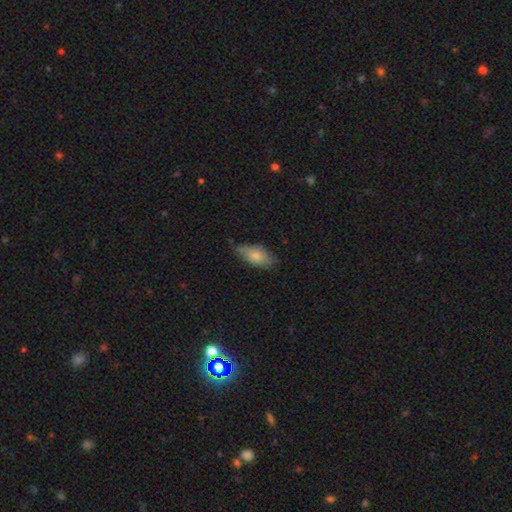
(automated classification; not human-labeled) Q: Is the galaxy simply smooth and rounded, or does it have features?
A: smooth — 75%.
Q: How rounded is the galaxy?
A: in between — 89%.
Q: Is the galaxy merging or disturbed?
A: none — 67%.